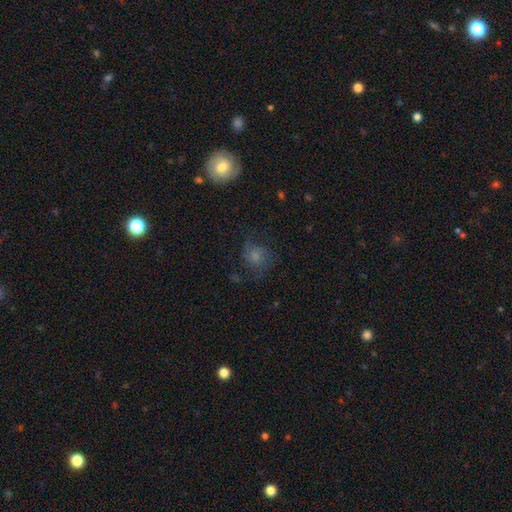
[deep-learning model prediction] This is possibly a smooth galaxy (57%). How rounded: likely round (75%). Merging: possibly none (54%).